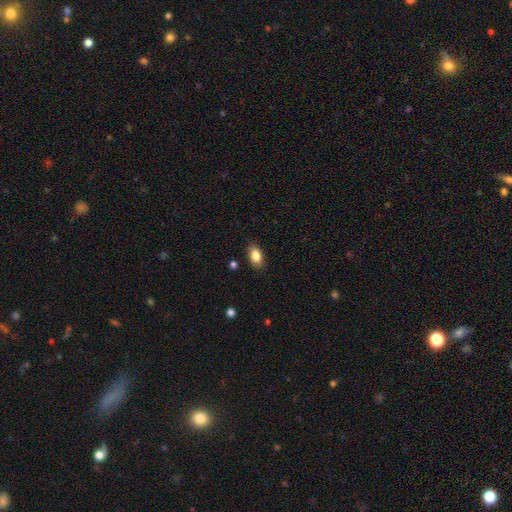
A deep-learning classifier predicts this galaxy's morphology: This is clearly a smooth galaxy (86%). How rounded: clearly in between (89%). Merging: clearly none (86%).